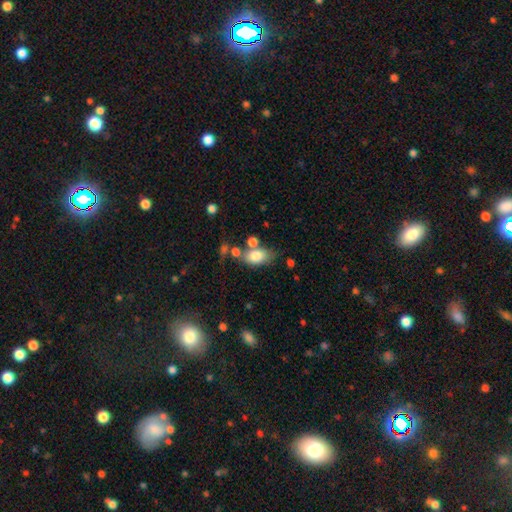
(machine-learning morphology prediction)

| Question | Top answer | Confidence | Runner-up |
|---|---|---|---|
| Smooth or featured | smooth | 80% | featured or disk (12%) |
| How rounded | in between | 88% | round (9%) |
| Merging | none | 51% | merger (23%) |